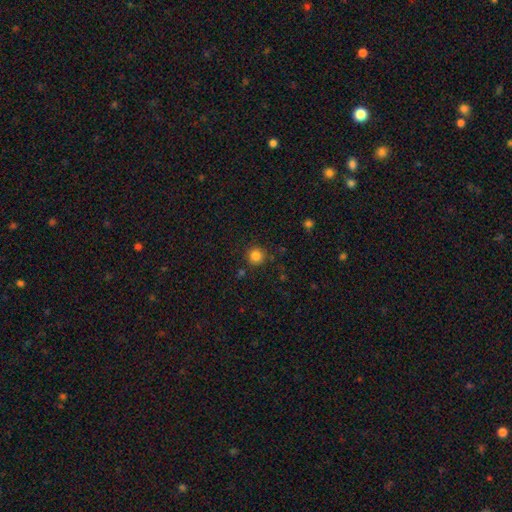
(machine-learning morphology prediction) Smooth or featured: smooth — 84% (star or artifact — 12%)
How rounded: round — 95% (in between — 5%)
Merging: none — 88% (minor disturbance — 7%)